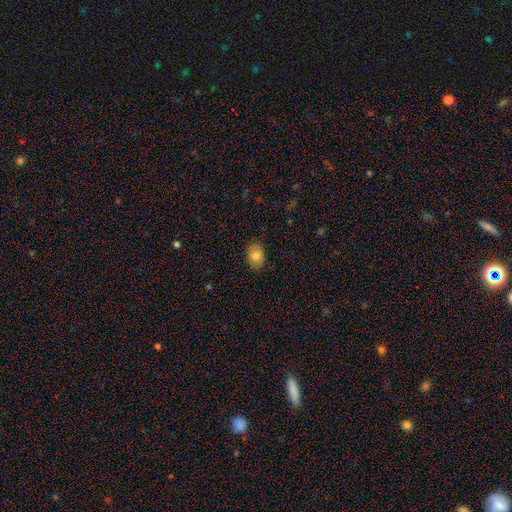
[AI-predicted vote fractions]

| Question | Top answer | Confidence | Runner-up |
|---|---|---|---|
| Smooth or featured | smooth | 81% | featured or disk (12%) |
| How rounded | in between | 80% | round (19%) |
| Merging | none | 86% | minor disturbance (11%) |